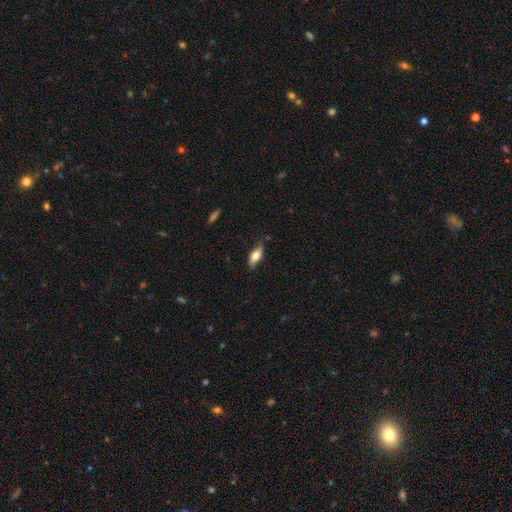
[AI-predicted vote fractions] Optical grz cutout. It shows a smooth galaxy with no disk features (65%) that is in between round and cigar-shaped (72%). Merging: none (74%).